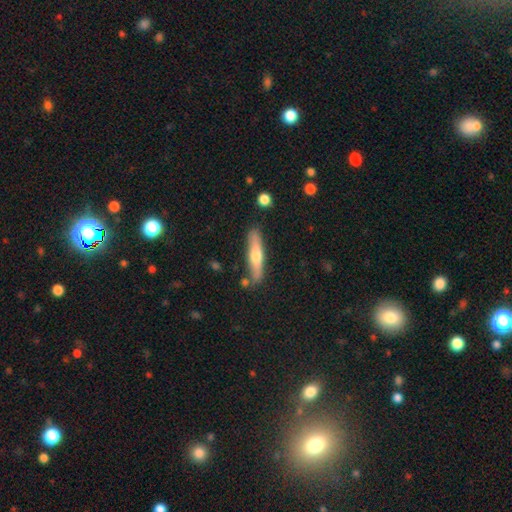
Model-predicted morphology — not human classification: smooth-or-featured: smooth: 49% | featured or disk: 45% | star or artifact: 6%
  merging: none: 83% | minor disturbance: 11% | merger: 4% | major disturbance: 2%